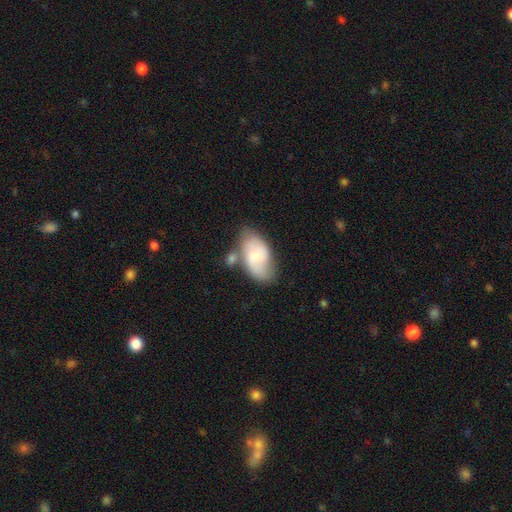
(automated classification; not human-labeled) smooth-or-featured: smooth: 52% | featured or disk: 42% | star or artifact: 7%
  how-rounded: in between: 93% | round: 5% | cigar-shaped: 2%
  merging: none: 49% | minor disturbance: 23% | merger: 19% | major disturbance: 9%